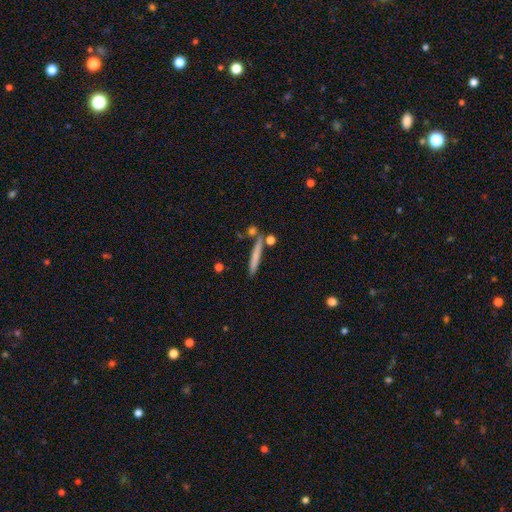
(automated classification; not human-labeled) smooth-or-featured: smooth: 66% | featured or disk: 27% | star or artifact: 7%
  how-rounded: cigar-shaped: 94% | in between: 4% | round: 2%
  merging: none: 76% | minor disturbance: 11% | merger: 9% | major disturbance: 3%